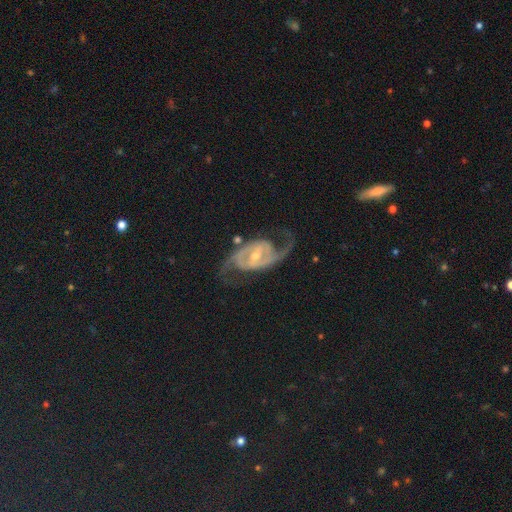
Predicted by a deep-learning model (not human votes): This is clearly a featured or disk galaxy (91%). It is clearly not viewed edge-on (97%). Bar: marginally weak (44%). Spiral arm pattern: clearly yes (97%). Spiral arm count: clearly 2 (91%). Spiral winding: possibly medium (53%). Central bulge: possibly small (52%). Merging: likely none (71%).